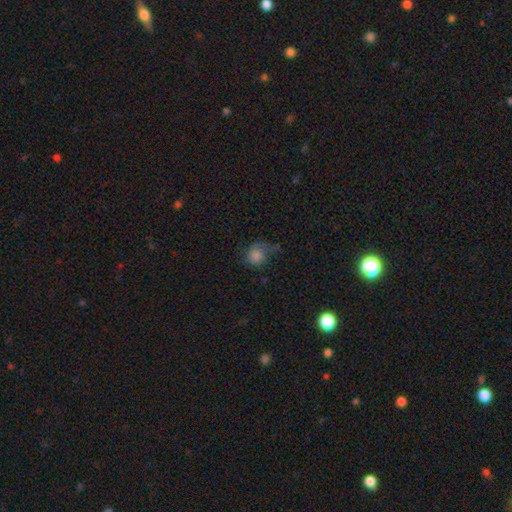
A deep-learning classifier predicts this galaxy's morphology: smooth_or_featured: smooth (p=0.78) [alt: star or artifact p=0.11]
how_rounded: round (p=0.79) [alt: in between p=0.20]
merging: none (p=0.41) [alt: minor disturbance p=0.30]